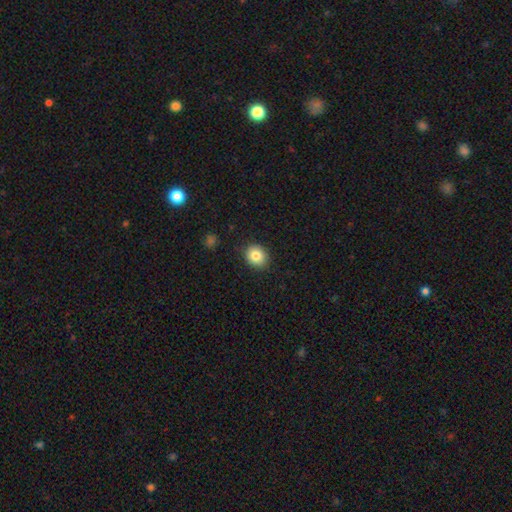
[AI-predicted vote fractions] smooth-or-featured: smooth: 82% | star or artifact: 10% | featured or disk: 8%
  how-rounded: round: 66% | in between: 33% | cigar-shaped: 1%
  merging: none: 87% | minor disturbance: 10% | major disturbance: 2% | merger: 1%